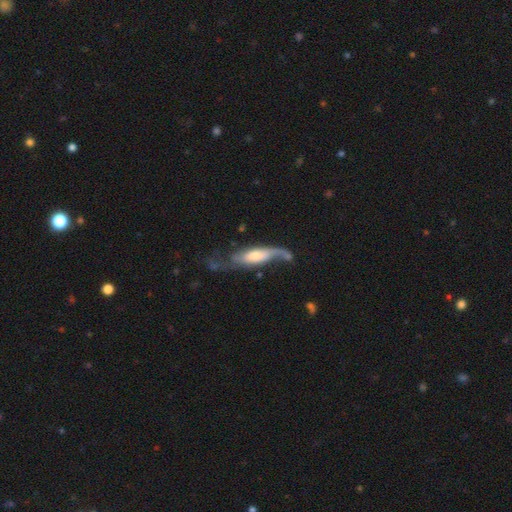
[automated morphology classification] Smooth or featured? Predicted: featured or disk (p=0.68). Edge-on disk? Predicted: no (p=0.74). Bar? Predicted: no (p=0.56). Spiral arms? Predicted: yes (p=0.87). Bulge size? Predicted: moderate (p=0.46). Merging? Predicted: none (p=0.39).